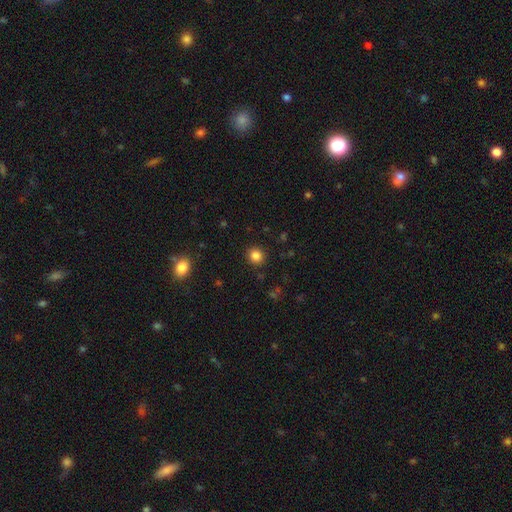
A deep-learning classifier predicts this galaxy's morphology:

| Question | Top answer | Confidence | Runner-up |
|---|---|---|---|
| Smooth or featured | smooth | 85% | star or artifact (11%) |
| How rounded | round | 89% | in between (10%) |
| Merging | none | 91% | minor disturbance (6%) |